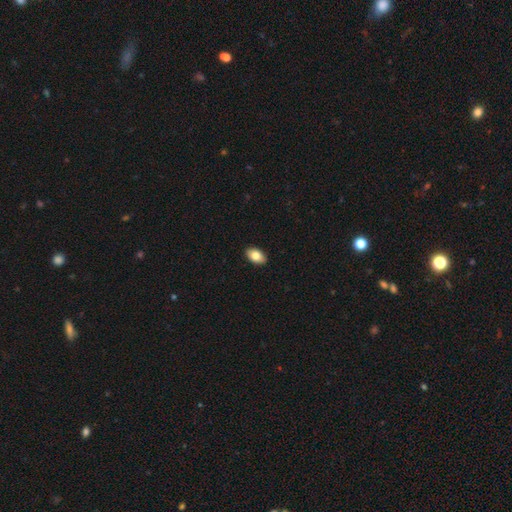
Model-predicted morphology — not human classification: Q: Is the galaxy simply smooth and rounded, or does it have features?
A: smooth — 82%.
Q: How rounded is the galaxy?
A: in between — 91%.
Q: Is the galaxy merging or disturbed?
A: none — 91%.